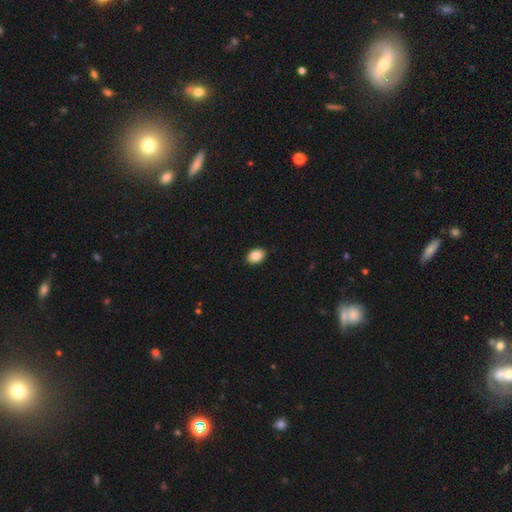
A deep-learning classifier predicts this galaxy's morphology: type=smooth (86%); roundness=in between (80%); merging=none (89%).